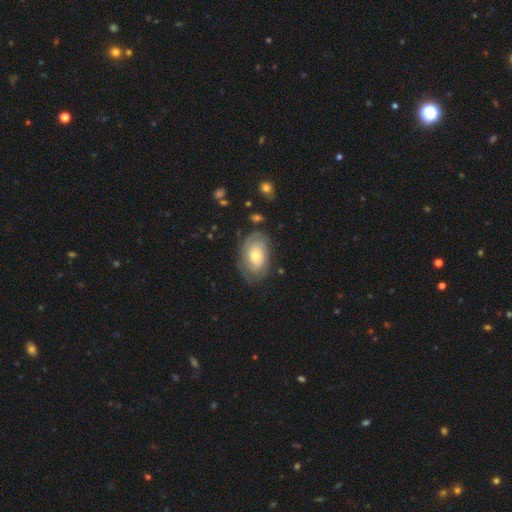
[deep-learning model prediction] A featured or disk galaxy (67%) with no bar (77%), tight (67%) spiral arms (83%) and a moderate central bulge (50%).

Vote fractions:
- Smooth or featured? featured or disk: 67% / smooth: 26% / star or artifact: 7%
- Edge-on disk? no: 95% / yes: 5%
- Bar? no: 77% / weak: 19% / strong: 4%
- Spiral arms? yes: 83% / no: 17%
- Spiral winding? tight: 67% / medium: 24% / loose: 9%
- Spiral arm count? can't tell: 45% / 2: 34% / 3: 9% / 1: 5% / 4: 4% / more than 4: 3%
- Bulge size? moderate: 50% / small: 43% / large: 5% / none: 1% / dominant: 1%
- Merging? none: 71% / minor disturbance: 19% / major disturbance: 8% / merger: 2%